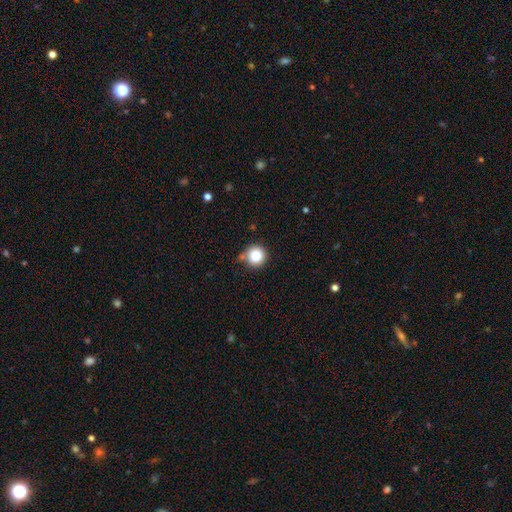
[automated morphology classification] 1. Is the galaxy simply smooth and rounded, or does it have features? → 86% smooth, 10% star or artifact, 4% featured or disk.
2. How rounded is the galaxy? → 95% round, 4% in between, 1% cigar-shaped.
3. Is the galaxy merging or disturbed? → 74% none, 15% minor disturbance, 7% merger, 4% major disturbance.